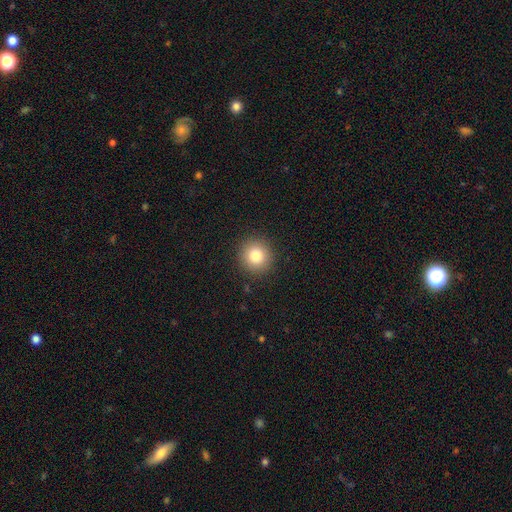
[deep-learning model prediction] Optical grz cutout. It shows a smooth galaxy with no disk features (81%) that is round (94%). Merging: none (91%).